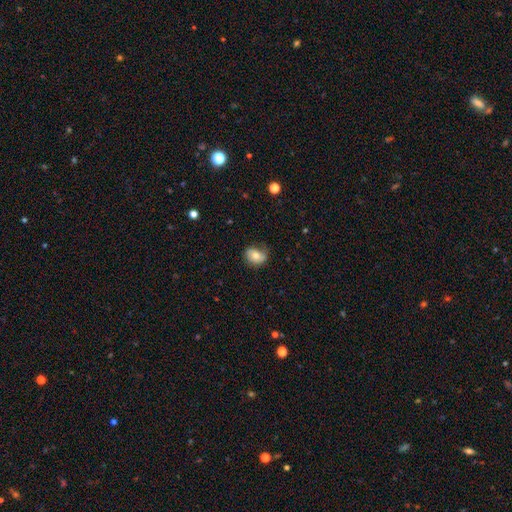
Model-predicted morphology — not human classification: type=smooth (67%); roundness=round (50%); merging=none (60%).